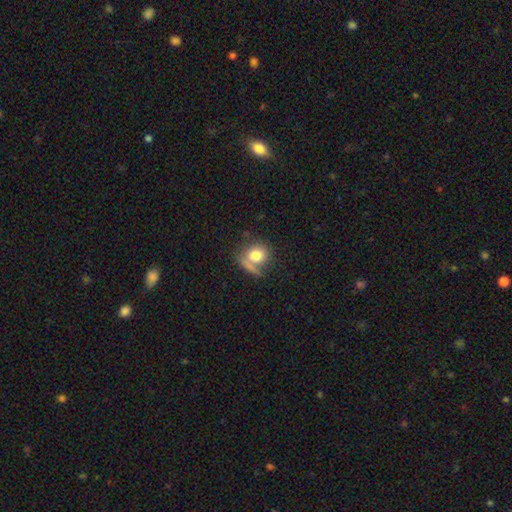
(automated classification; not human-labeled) Smooth or featured? Predicted: smooth (p=0.75). How rounded? Predicted: round (p=0.74). Merging? Predicted: none (p=0.51).